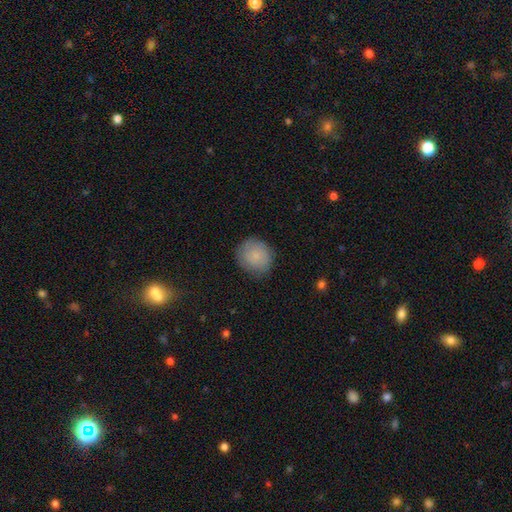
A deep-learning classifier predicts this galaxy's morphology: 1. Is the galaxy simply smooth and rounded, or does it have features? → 78% smooth, 14% featured or disk, 7% star or artifact.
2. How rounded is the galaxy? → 85% round, 14% in between, 1% cigar-shaped.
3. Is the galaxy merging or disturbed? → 81% none, 15% minor disturbance, 4% major disturbance, 1% merger.